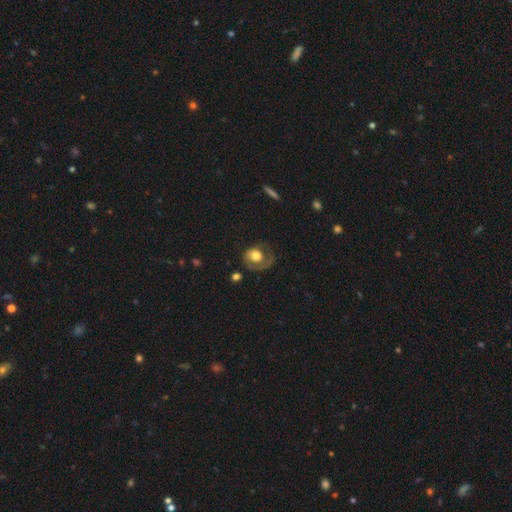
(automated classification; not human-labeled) Q: Smooth or featured?
A: featured or disk (51%); runner-up: smooth (42%)
Q: Edge-on disk?
A: no (96%); runner-up: yes (4%)
Q: Merging?
A: none (45%); runner-up: major disturbance (31%)